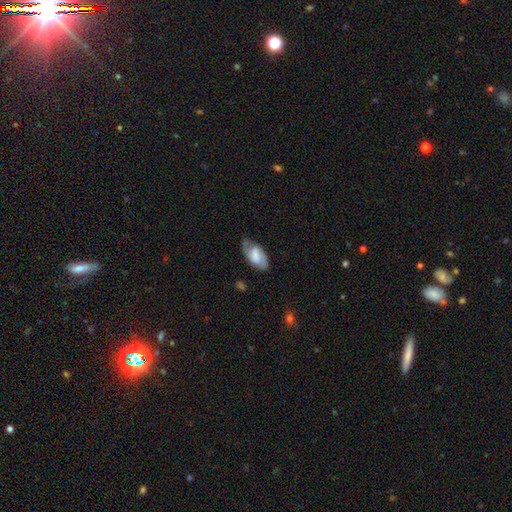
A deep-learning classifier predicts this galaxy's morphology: smooth 50%, featured or disk 43%, star or artifact 7%. Down the decision tree: how rounded — in between (92%); merging — none (63%).